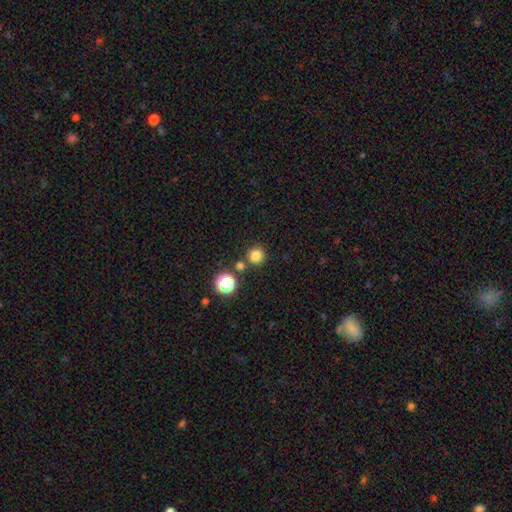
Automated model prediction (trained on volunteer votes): Q: Smooth or featured?
A: smooth (80%); runner-up: star or artifact (15%)
Q: How rounded?
A: round (95%); runner-up: in between (4%)
Q: Merging?
A: none (83%); runner-up: merger (9%)